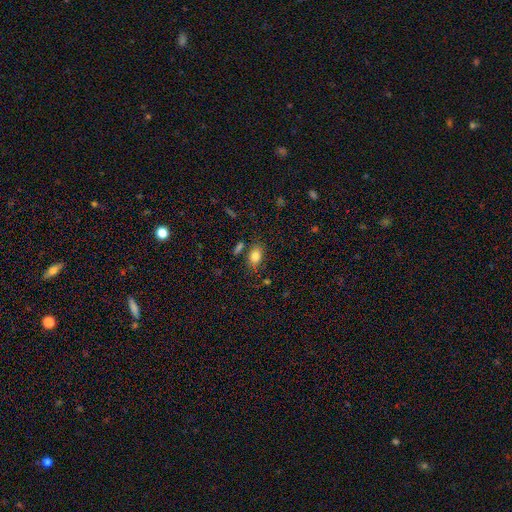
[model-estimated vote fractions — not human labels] This appears to be a smooth galaxy with no disk features (82%) that is in between round and cigar-shaped (76%). Merging: none (75%).